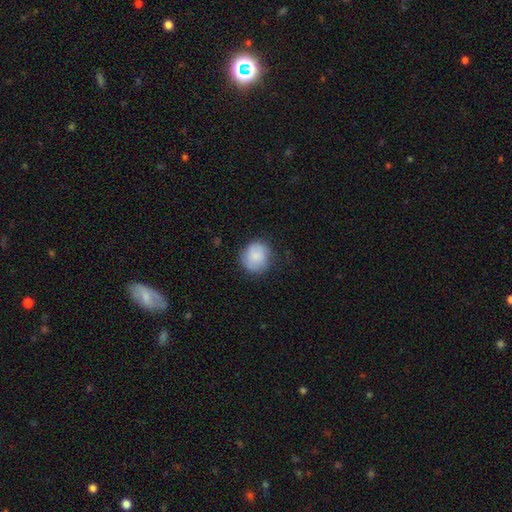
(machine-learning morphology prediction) Smooth or featured: smooth — 81% (featured or disk — 12%)
How rounded: round — 83% (in between — 16%)
Merging: none — 72% (minor disturbance — 21%)